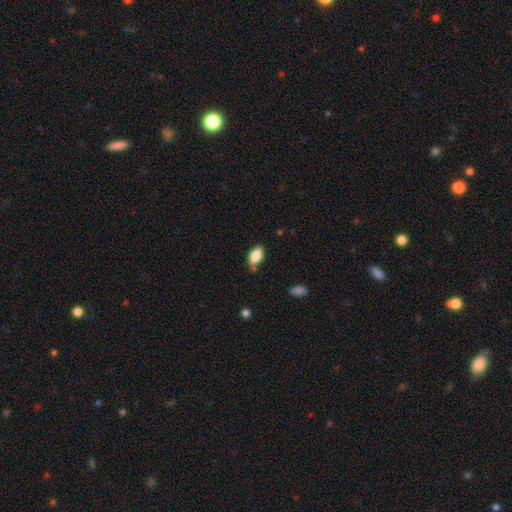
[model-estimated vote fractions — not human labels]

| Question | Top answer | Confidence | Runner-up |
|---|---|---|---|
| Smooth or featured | smooth | 84% | featured or disk (9%) |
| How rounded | in between | 92% | cigar-shaped (4%) |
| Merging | none | 72% | minor disturbance (20%) |